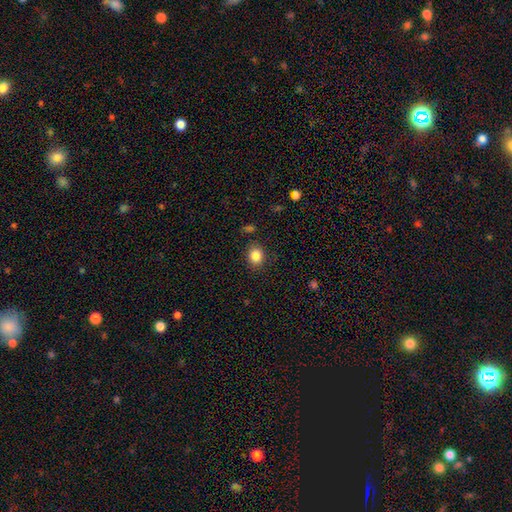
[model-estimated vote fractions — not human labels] A smooth galaxy with no disk features (85%) that is round (63%).

Vote fractions:
- Smooth or featured? smooth: 85% / star or artifact: 10% / featured or disk: 5%
- How rounded? round: 63% / in between: 36% / cigar-shaped: 1%
- Merging? none: 84% / minor disturbance: 10% / major disturbance: 3% / merger: 2%